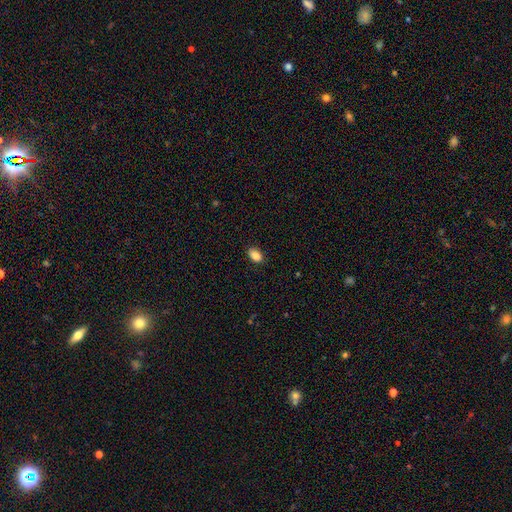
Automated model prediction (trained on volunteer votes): smooth-or-featured: smooth: 86% | star or artifact: 9% | featured or disk: 6%
  how-rounded: in between: 87% | round: 11% | cigar-shaped: 2%
  merging: none: 87% | minor disturbance: 10% | major disturbance: 2% | merger: 1%